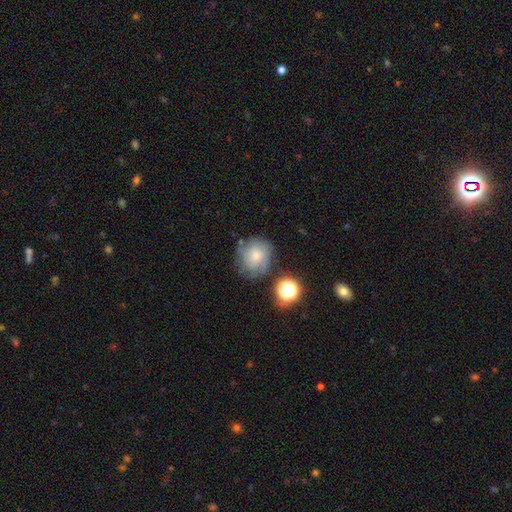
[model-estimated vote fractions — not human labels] smooth 51%, featured or disk 36%, star or artifact 13%. Down the decision tree: how rounded — round (80%); merging — none (61%).